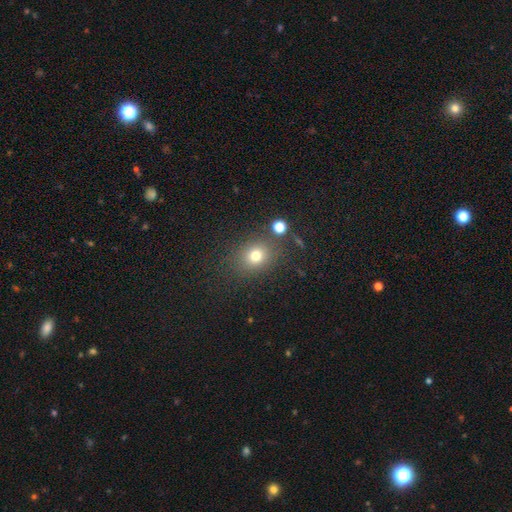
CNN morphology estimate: smooth_or_featured: smooth (p=0.74) [alt: star or artifact p=0.17]
how_rounded: round (p=0.66) [alt: in between p=0.33]
merging: none (p=0.78) [alt: minor disturbance p=0.11]